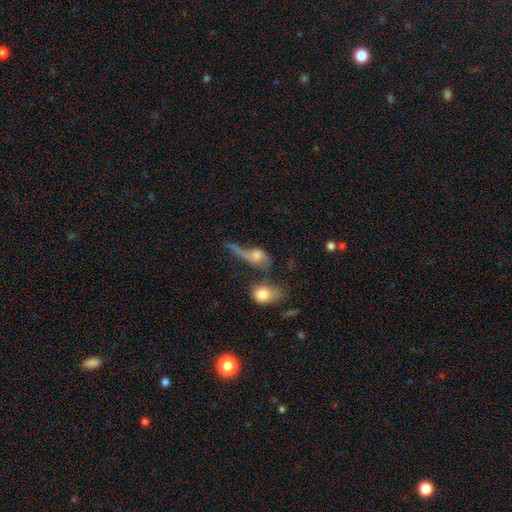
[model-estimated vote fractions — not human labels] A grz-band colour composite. It shows a smooth galaxy with no disk features (48%). Merging: major disturbance (35%).